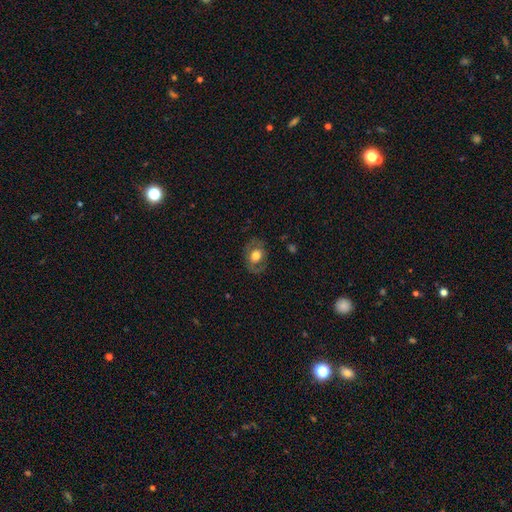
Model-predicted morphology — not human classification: A smooth galaxy with no disk features (53%) that is in between round and cigar-shaped (55%). Merging: none (75%).